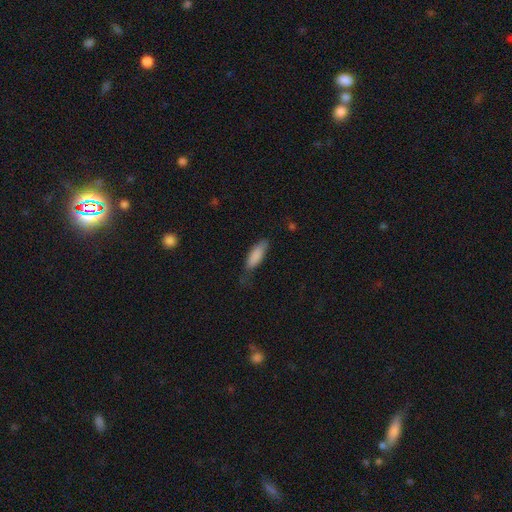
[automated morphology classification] Overall: smooth (85%). How rounded: in between (59%; cigar-shaped 39%). Merging: none (62%; minor disturbance 29%).